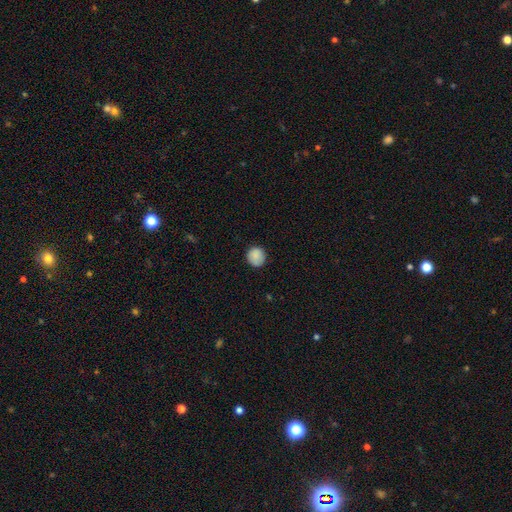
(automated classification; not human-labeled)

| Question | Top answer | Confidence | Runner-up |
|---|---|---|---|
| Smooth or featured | smooth | 86% | star or artifact (8%) |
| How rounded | round | 90% | in between (9%) |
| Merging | none | 84% | minor disturbance (13%) |